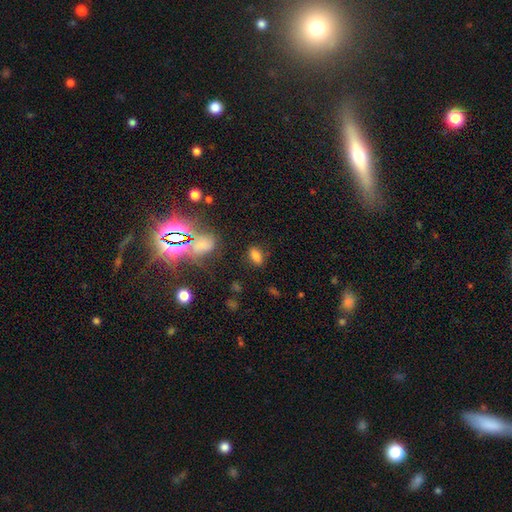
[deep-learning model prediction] smooth-or-featured: smooth: 77% | star or artifact: 15% | featured or disk: 8%
  how-rounded: in between: 87% | round: 10% | cigar-shaped: 3%
  merging: none: 83% | minor disturbance: 10% | major disturbance: 4% | merger: 3%